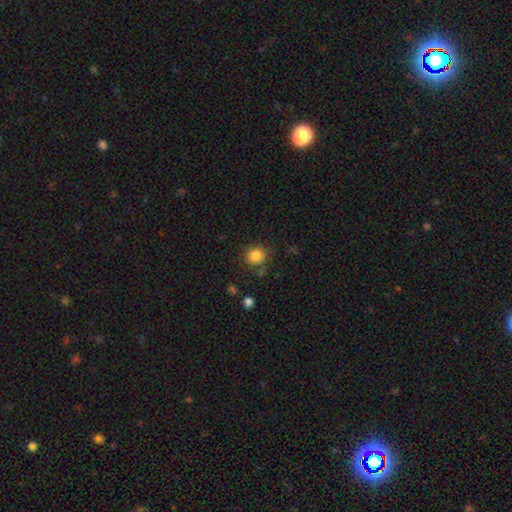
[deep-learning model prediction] Morphology: type=smooth (85%); roundness=round (88%); merging=none (83%).